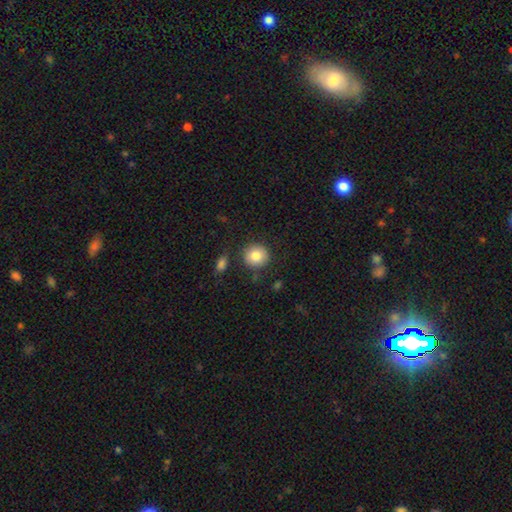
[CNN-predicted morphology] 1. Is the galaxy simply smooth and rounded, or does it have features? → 83% smooth, 9% featured or disk, 9% star or artifact.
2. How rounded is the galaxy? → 91% round, 8% in between, 1% cigar-shaped.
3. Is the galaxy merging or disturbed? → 85% none, 9% minor disturbance, 3% merger, 3% major disturbance.